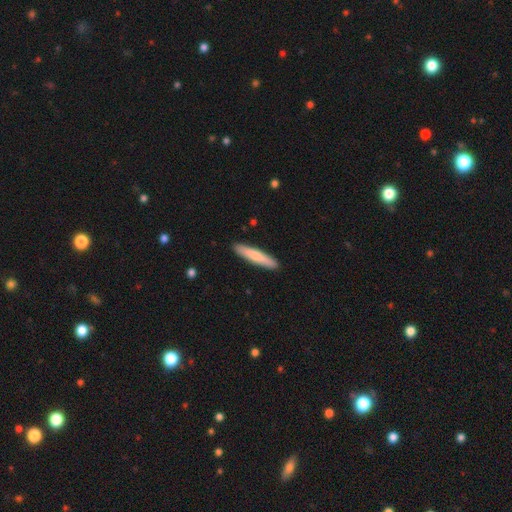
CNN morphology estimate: Smooth or featured?
  - smooth: 75% *
  - featured or disk: 20%
  - star or artifact: 5%
How rounded?
  - cigar-shaped: 91% *
  - in between: 8%
  - round: 1%
Merging?
  - none: 91% *
  - minor disturbance: 7%
  - major disturbance: 1%
  - merger: 1%